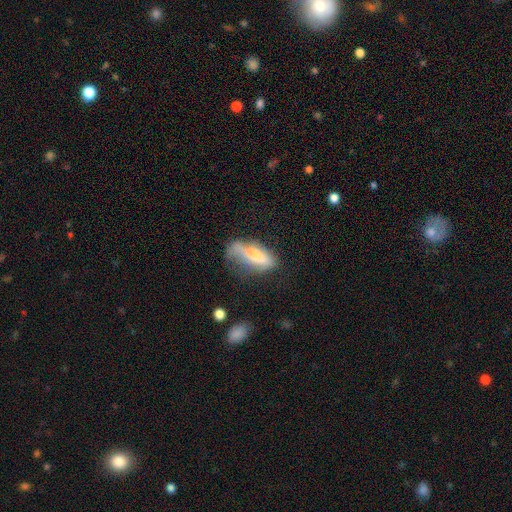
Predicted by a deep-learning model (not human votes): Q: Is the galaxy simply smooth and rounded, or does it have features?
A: smooth — 55%.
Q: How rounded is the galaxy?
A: in between — 64%.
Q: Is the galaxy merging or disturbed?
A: none — 40%.